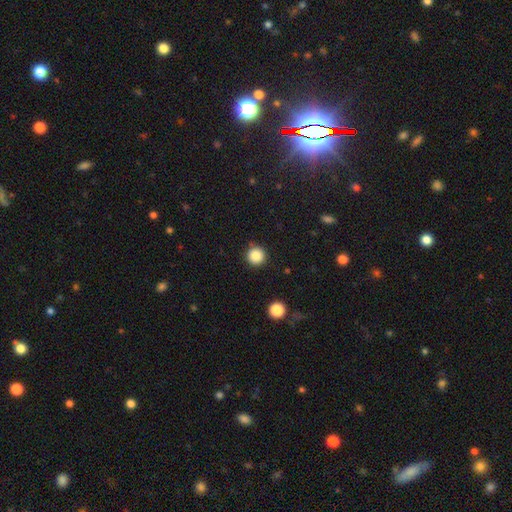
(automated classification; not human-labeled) smooth-or-featured: smooth: 86% | star or artifact: 11% | featured or disk: 3%
  how-rounded: round: 96% | in between: 3% | cigar-shaped: 1%
  merging: none: 90% | minor disturbance: 6% | major disturbance: 2% | merger: 1%